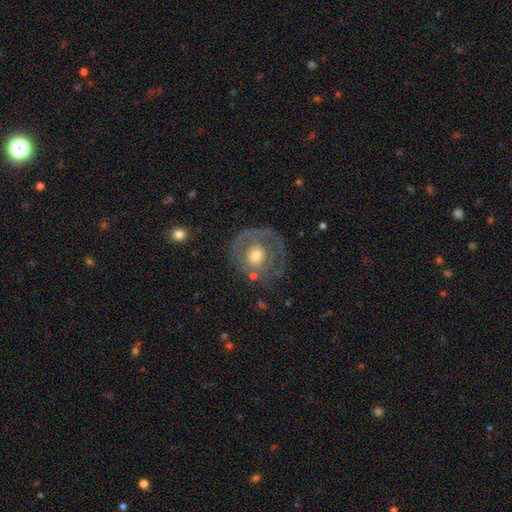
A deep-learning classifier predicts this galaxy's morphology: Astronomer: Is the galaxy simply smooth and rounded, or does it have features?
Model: featured or disk — 63%.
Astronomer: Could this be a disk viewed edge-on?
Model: no — 96%.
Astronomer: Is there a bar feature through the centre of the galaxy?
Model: no — 82%.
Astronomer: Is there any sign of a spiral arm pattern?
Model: no — 58% (runner-up: yes, 42%).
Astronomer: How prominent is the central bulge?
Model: moderate — 64%.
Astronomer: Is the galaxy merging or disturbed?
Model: none — 58%.